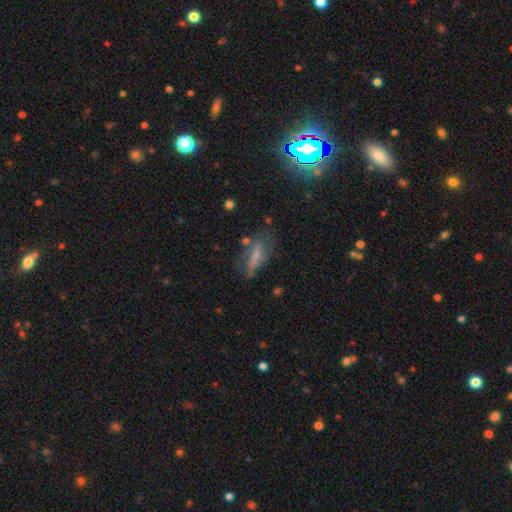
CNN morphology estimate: Q: Smooth or featured?
A: smooth (54%); runner-up: featured or disk (33%)
Q: How rounded?
A: cigar-shaped (57%); runner-up: in between (39%)
Q: Merging?
A: none (57%); runner-up: minor disturbance (26%)